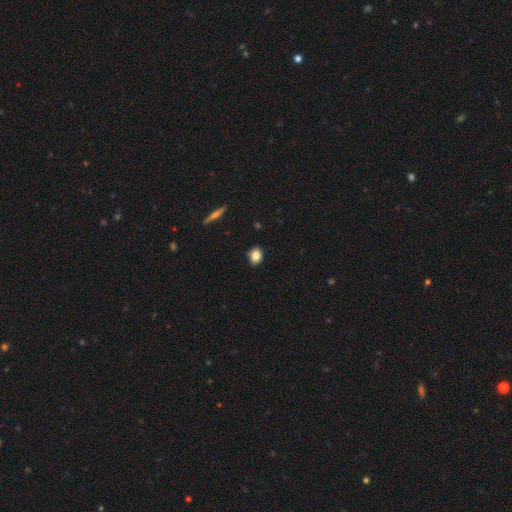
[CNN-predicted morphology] A smooth galaxy with no disk features (83%) that is in between round and cigar-shaped (59%). Merging: none (88%).